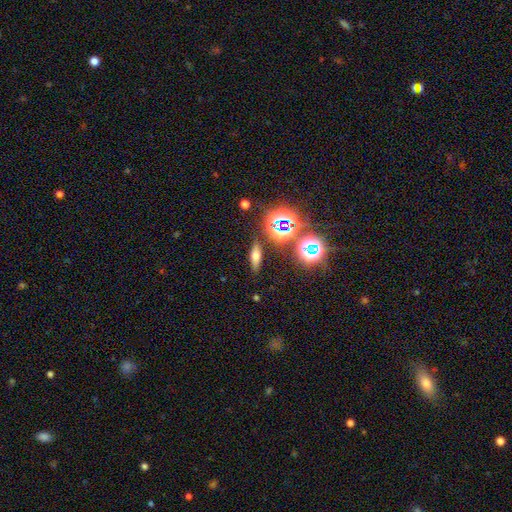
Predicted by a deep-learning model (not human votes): Smooth or featured?
  - smooth: 51% *
  - star or artifact: 26%
  - featured or disk: 24%
How rounded?
  - in between: 46% *
  - cigar-shaped: 45%
  - round: 9%
Merging?
  - none: 86% *
  - minor disturbance: 9%
  - major disturbance: 3%
  - merger: 3%